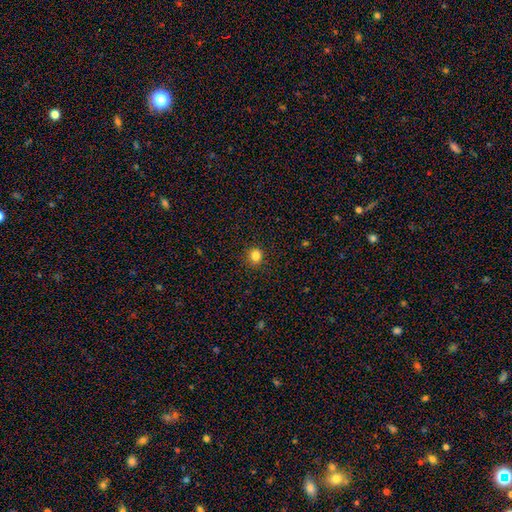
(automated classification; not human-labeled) smooth_or_featured: smooth (p=0.83) [alt: star or artifact p=0.13]
how_rounded: round (p=0.82) [alt: in between p=0.17]
merging: none (p=0.89) [alt: minor disturbance p=0.07]